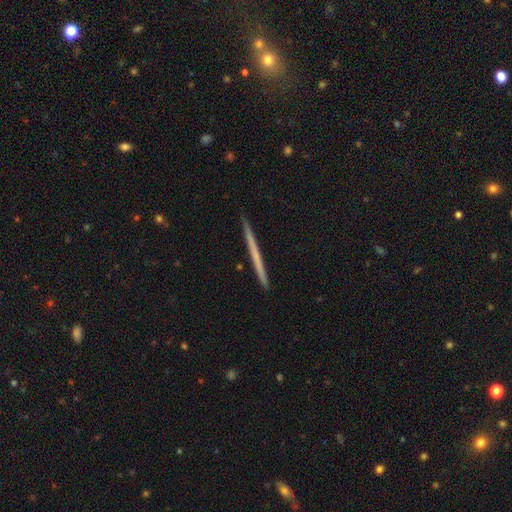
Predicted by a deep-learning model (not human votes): Smooth or featured? Predicted: featured or disk (p=0.49). Merging? Predicted: none (p=0.92).